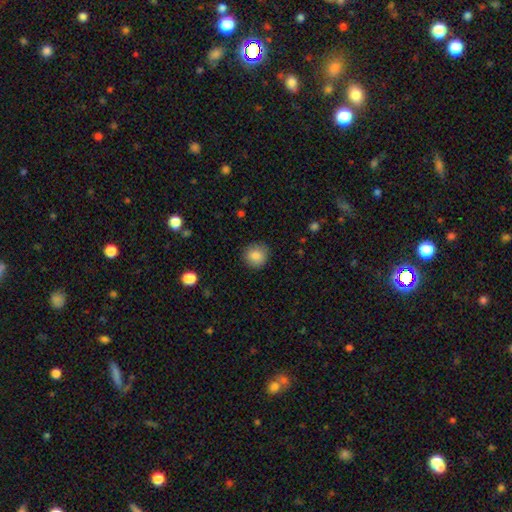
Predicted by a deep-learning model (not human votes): Overall: smooth (86%). How rounded: round (91%). Merging: none (88%).